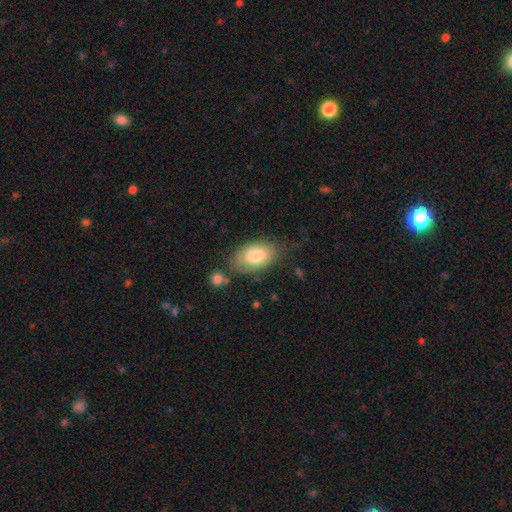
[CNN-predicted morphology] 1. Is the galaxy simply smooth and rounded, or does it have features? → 80% smooth, 13% featured or disk, 7% star or artifact.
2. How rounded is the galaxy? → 91% in between, 7% round, 1% cigar-shaped.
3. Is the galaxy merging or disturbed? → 69% none, 20% minor disturbance, 6% major disturbance, 6% merger.